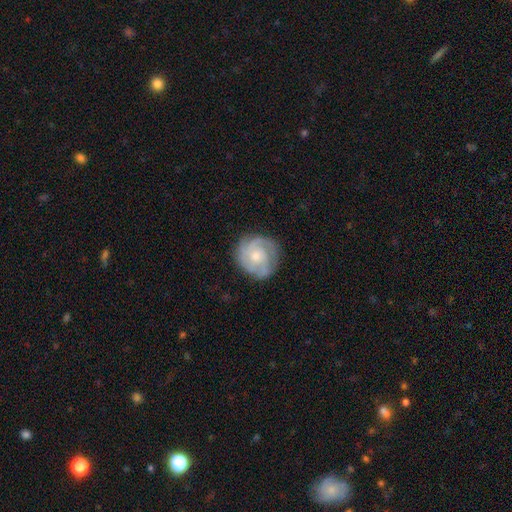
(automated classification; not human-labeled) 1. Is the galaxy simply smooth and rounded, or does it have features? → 72% featured or disk, 22% smooth, 6% star or artifact.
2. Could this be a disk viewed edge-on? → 98% no, 2% yes.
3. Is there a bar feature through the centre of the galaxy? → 77% no, 20% weak, 3% strong.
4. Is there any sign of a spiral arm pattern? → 92% yes, 8% no.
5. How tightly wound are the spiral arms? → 60% tight, 31% medium, 8% loose.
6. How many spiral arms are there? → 38% 3, 25% can't tell, 16% 2, 11% 4, 5% 1, 5% more than 4.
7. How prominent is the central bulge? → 49% moderate, 44% small, 3% large, 2% none, 1% dominant.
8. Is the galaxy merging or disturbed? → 76% none, 17% minor disturbance, 6% major disturbance, 1% merger.